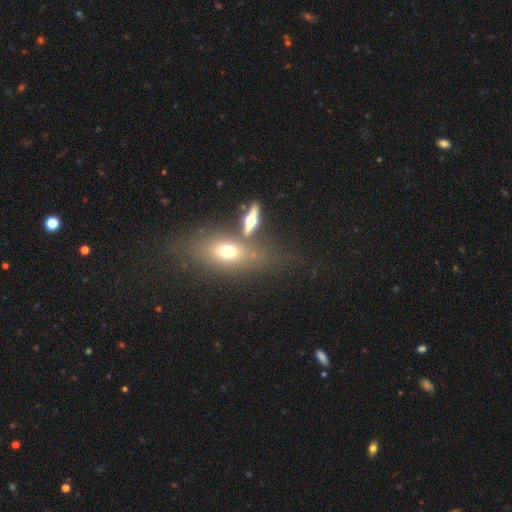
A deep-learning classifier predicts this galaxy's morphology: smooth_or_featured: smooth (p=0.52) [alt: featured or disk p=0.32]
how_rounded: in between (p=0.61) [alt: cigar-shaped p=0.25]
merging: none (p=0.49) [alt: merger p=0.31]